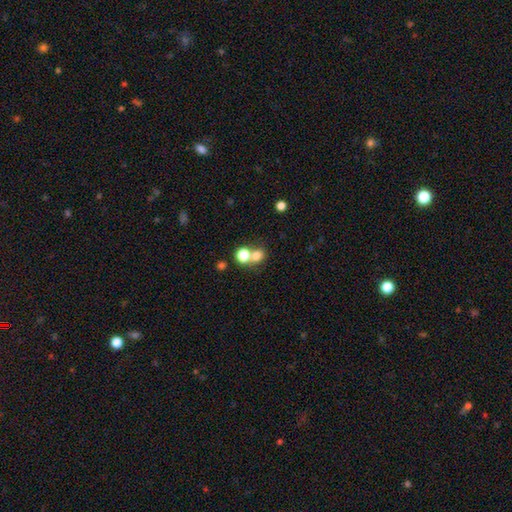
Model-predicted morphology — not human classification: smooth_or_featured: smooth (p=0.75) [alt: star or artifact p=0.15]
how_rounded: round (p=0.72) [alt: in between p=0.27]
merging: merger (p=0.45) [alt: none p=0.44]